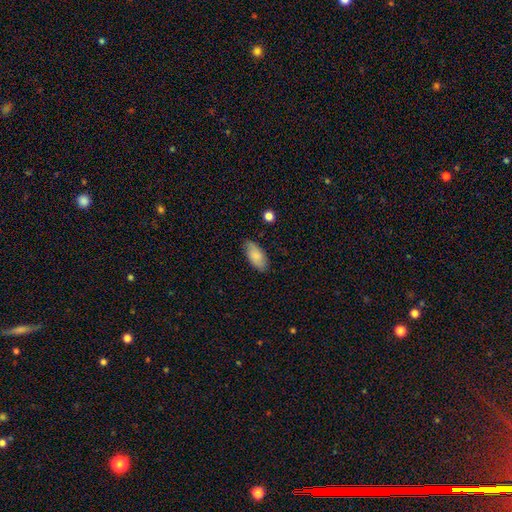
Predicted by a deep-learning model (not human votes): This is likely a smooth galaxy (80%). How rounded: clearly in between (92%). Merging: clearly none (82%).